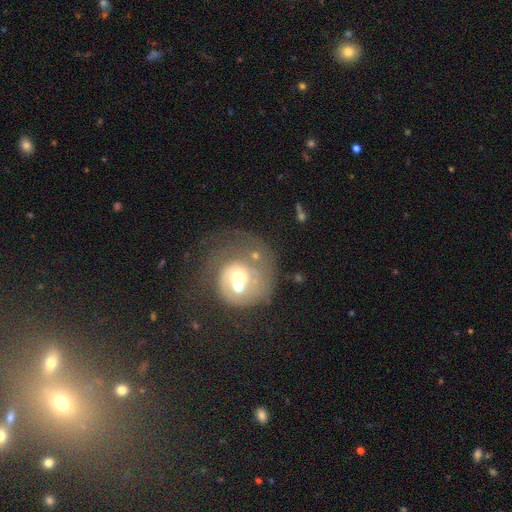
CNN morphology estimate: Smooth or featured?
  - featured or disk: 62% *
  - smooth: 30%
  - star or artifact: 8%
Edge-on disk?
  - no: 98% *
  - yes: 2%
Bar?
  - no: 83% *
  - weak: 14%
  - strong: 3%
Spiral arms?
  - yes: 57% *
  - no: 43%
Bulge size?
  - moderate: 65% *
  - small: 20%
  - large: 10%
  - none: 3%
  - dominant: 2%
Merging?
  - merger: 32% *
  - major disturbance: 30%
  - none: 25%
  - minor disturbance: 13%